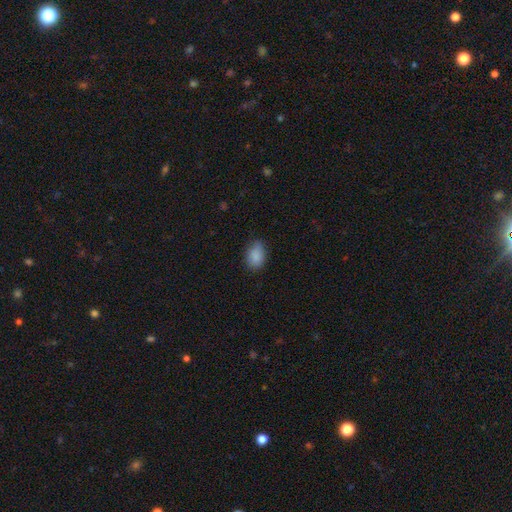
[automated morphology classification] Smooth or featured? smooth (88%)
How rounded? in between (85%)
Merging? none (76%)